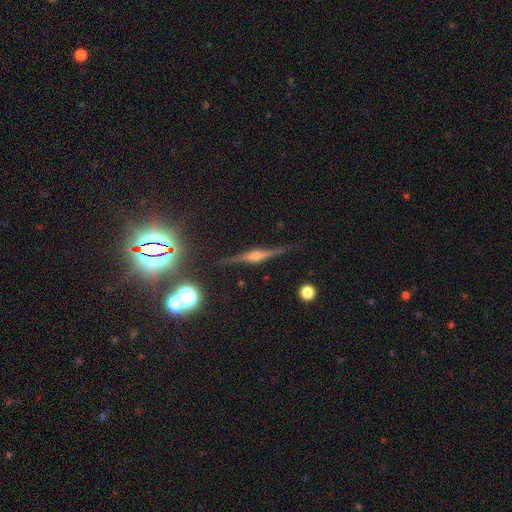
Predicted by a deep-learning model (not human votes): Overall: featured or disk (80%). Edge-on disk: yes (97%). Edge-on bulge: rounded (87%). Merging: none (88%).